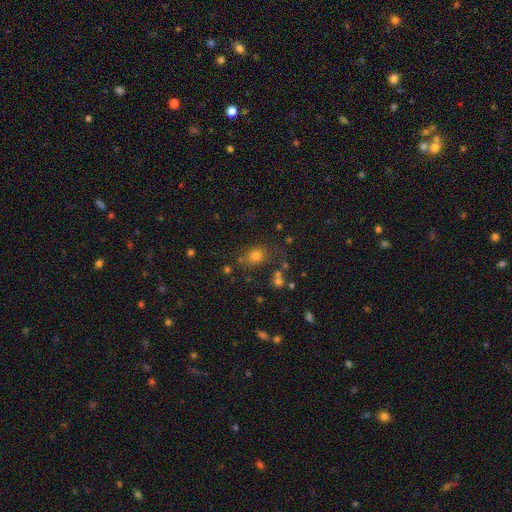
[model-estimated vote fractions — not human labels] The model was most divided on "how rounded": round: 61%, in between: 38%, cigar-shaped: 1%. More confident: smooth or featured — smooth (69%); merging — none (68%).